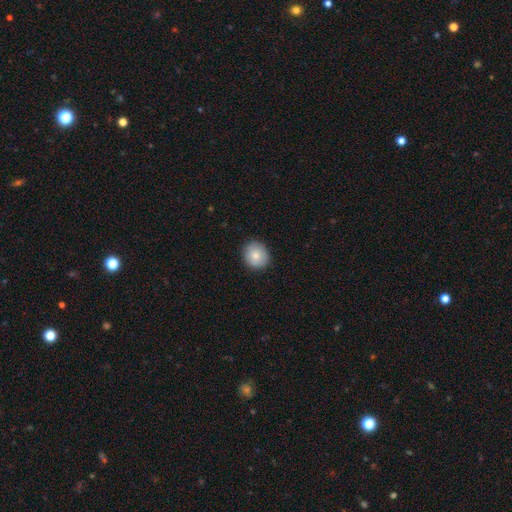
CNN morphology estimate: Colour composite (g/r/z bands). It shows a smooth galaxy with no disk features (80%) that is round (82%). Merging: none (88%).